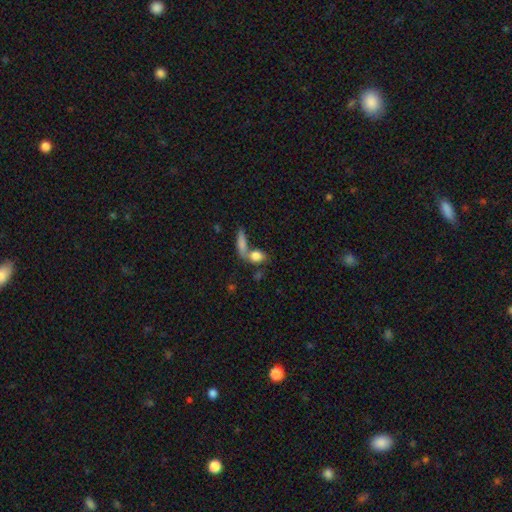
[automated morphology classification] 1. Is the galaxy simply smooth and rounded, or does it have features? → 80% smooth, 12% featured or disk, 9% star or artifact.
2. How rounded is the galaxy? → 61% in between, 29% round, 10% cigar-shaped.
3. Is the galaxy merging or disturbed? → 45% merger, 38% none, 10% minor disturbance, 6% major disturbance.